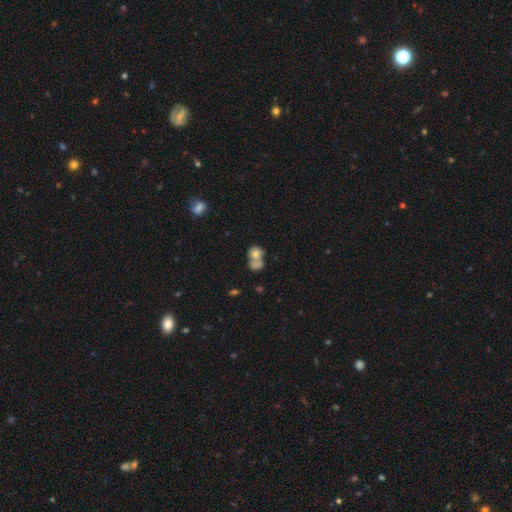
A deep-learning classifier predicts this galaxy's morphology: smooth-or-featured: smooth: 73% | featured or disk: 17% | star or artifact: 10%
  how-rounded: round: 63% | in between: 36% | cigar-shaped: 1%
  merging: merger: 58% | none: 26% | minor disturbance: 9% | major disturbance: 6%